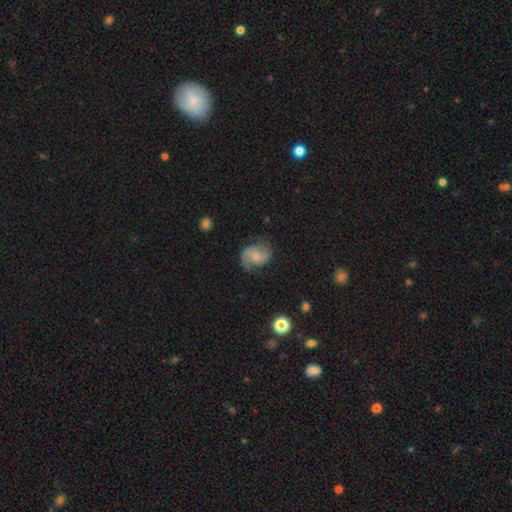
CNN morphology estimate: Smooth or featured? featured or disk (64%)
Edge-on disk? no (97%)
Bar? no (60%)
Spiral arms? yes (91%)
Spiral winding? medium (46%)
Spiral arm count? 2 (86%)
Bulge size? small (51%)
Merging? none (68%)